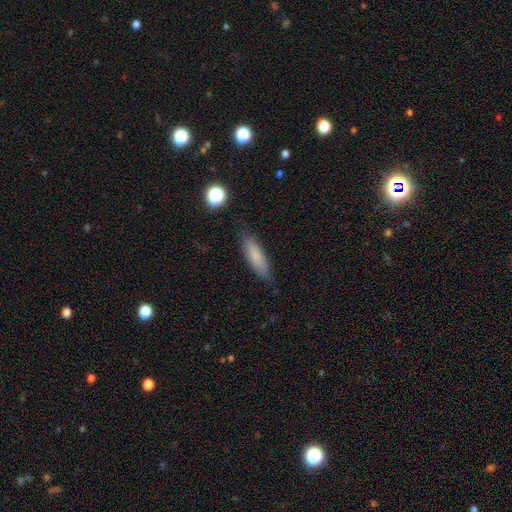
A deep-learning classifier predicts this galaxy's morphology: A smooth galaxy with no disk features (78%) that is cigar-shaped (59%).

Vote fractions:
- Smooth or featured? smooth: 78% / featured or disk: 14% / star or artifact: 8%
- How rounded? cigar-shaped: 59% / in between: 39% / round: 2%
- Merging? none: 82% / minor disturbance: 14% / major disturbance: 3% / merger: 1%